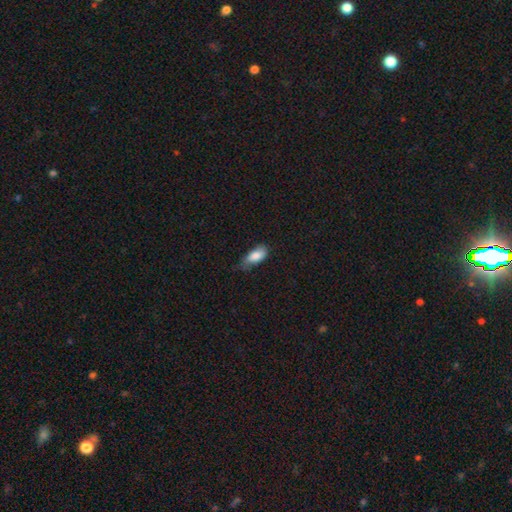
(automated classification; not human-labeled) Smooth or featured?
  - smooth: 83% *
  - featured or disk: 10%
  - star or artifact: 7%
How rounded?
  - in between: 89% *
  - cigar-shaped: 7%
  - round: 3%
Merging?
  - none: 44% *
  - minor disturbance: 43%
  - major disturbance: 12%
  - merger: 2%